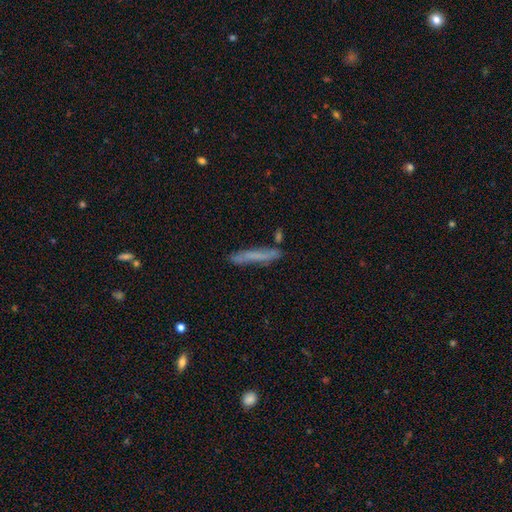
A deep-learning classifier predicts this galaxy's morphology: A smooth galaxy with no disk features (62%) that is cigar-shaped (94%).

Vote fractions:
- Smooth or featured? smooth: 62% / featured or disk: 30% / star or artifact: 8%
- How rounded? cigar-shaped: 94% / in between: 4% / round: 1%
- Merging? none: 78% / minor disturbance: 15% / merger: 4% / major disturbance: 3%